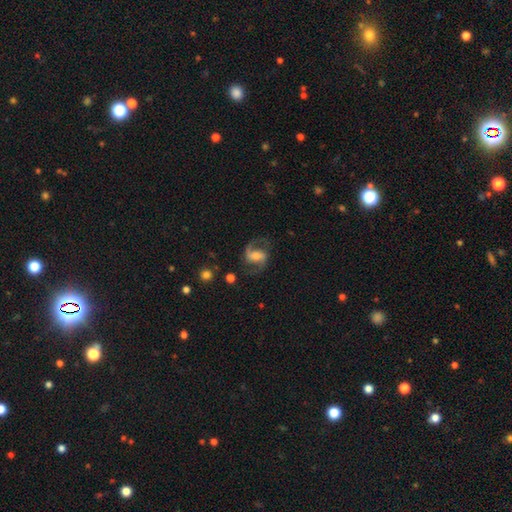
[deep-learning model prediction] This appears to be a featured or disk galaxy (84%) with a weak bar (44%), 2 (92%) medium (54%) spiral arms (96%) and a moderate central bulge (48%). Merging: none (75%).